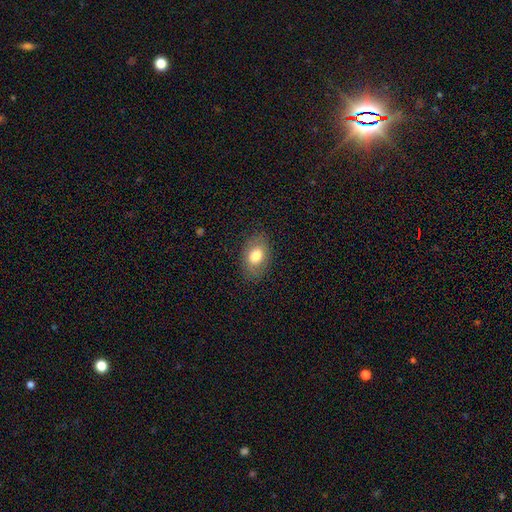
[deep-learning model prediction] A smooth galaxy with no disk features (75%) that is in between round and cigar-shaped (83%).

Vote fractions:
- Smooth or featured? smooth: 75% / featured or disk: 17% / star or artifact: 8%
- How rounded? in between: 83% / round: 15% / cigar-shaped: 1%
- Merging? none: 81% / minor disturbance: 14% / major disturbance: 4% / merger: 1%